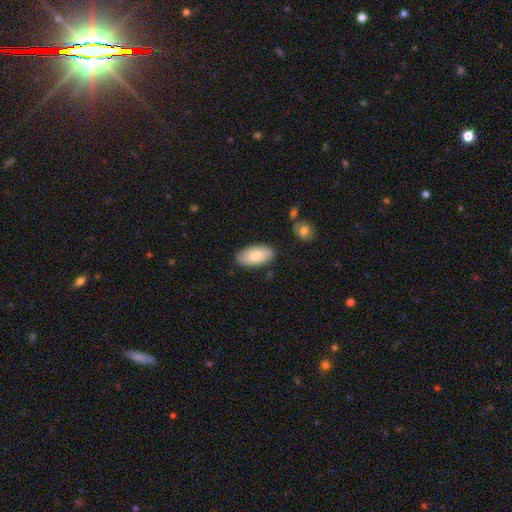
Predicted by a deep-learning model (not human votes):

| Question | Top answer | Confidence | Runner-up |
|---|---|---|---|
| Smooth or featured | smooth | 78% | featured or disk (16%) |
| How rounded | in between | 95% | cigar-shaped (3%) |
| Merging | none | 82% | minor disturbance (13%) |